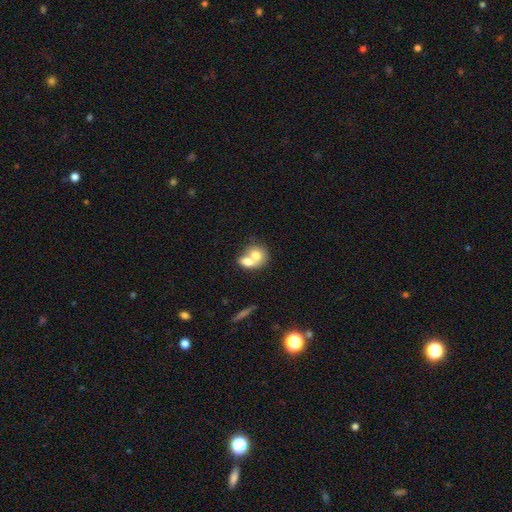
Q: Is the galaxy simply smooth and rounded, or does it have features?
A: smooth — 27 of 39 (69%).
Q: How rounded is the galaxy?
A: round — 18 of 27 (67%).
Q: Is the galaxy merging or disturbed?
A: merger — 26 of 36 (72%).